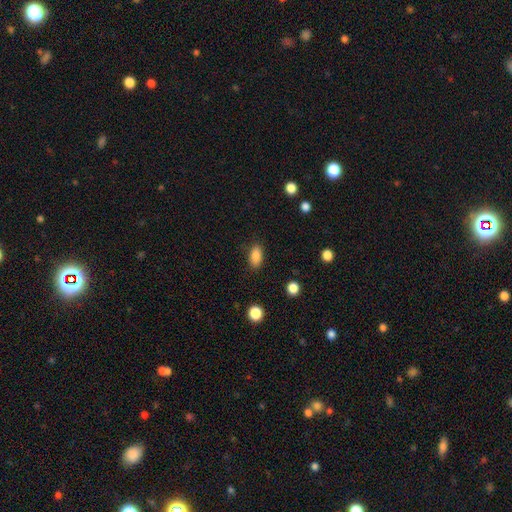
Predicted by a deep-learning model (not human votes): The model was most divided on "merging": none: 86%, minor disturbance: 10%, major disturbance: 3%, merger: 1%. More confident: how rounded — in between (88%); smooth or featured — smooth (86%).